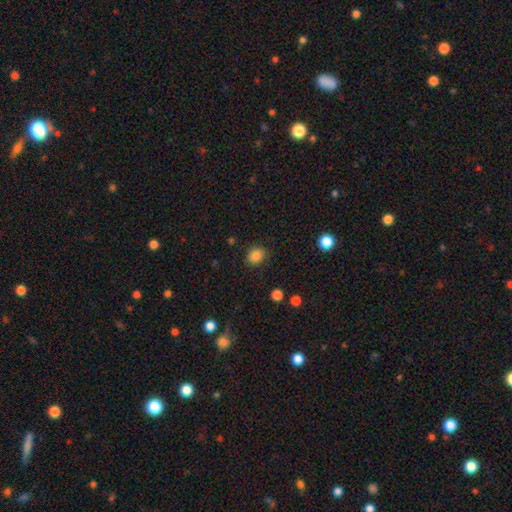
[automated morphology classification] Q: Smooth or featured?
A: smooth (85%); runner-up: star or artifact (11%)
Q: How rounded?
A: round (56%); runner-up: in between (43%)
Q: Merging?
A: none (82%); runner-up: minor disturbance (13%)